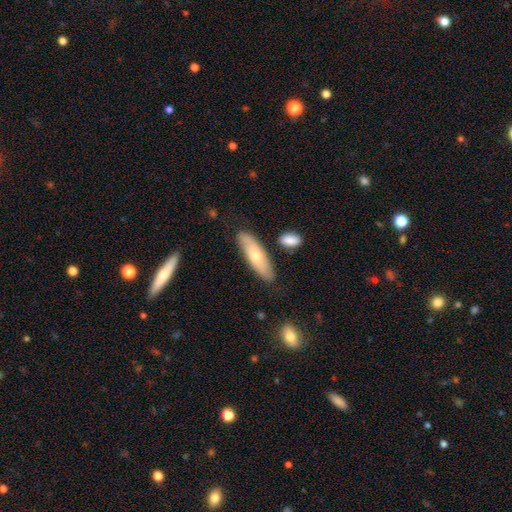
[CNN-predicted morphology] A smooth galaxy with no disk features (65%) that is cigar-shaped (51%). Merging: none (78%).